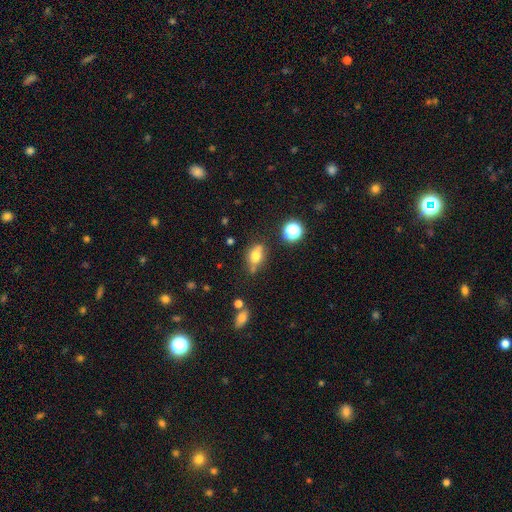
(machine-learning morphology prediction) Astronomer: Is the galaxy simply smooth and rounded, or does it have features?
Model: smooth — 63%.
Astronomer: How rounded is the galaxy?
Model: in between — 68%.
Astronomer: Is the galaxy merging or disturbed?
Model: none — 61%.